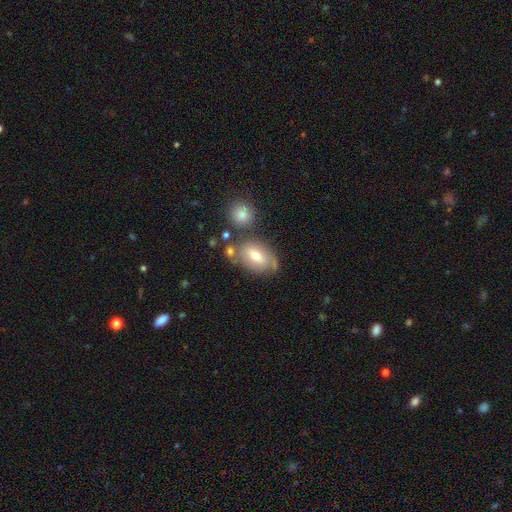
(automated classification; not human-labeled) Morphology: type=smooth (55%); roundness=in between (85%); merging=none (58%).